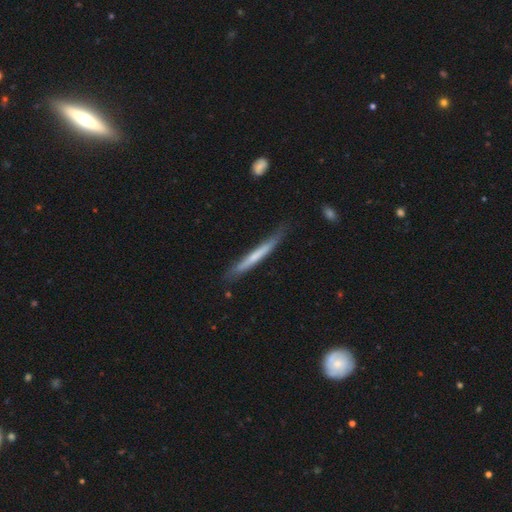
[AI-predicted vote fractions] This is possibly a smooth galaxy (51%). How rounded: clearly cigar-shaped (96%). Merging: likely none (75%).